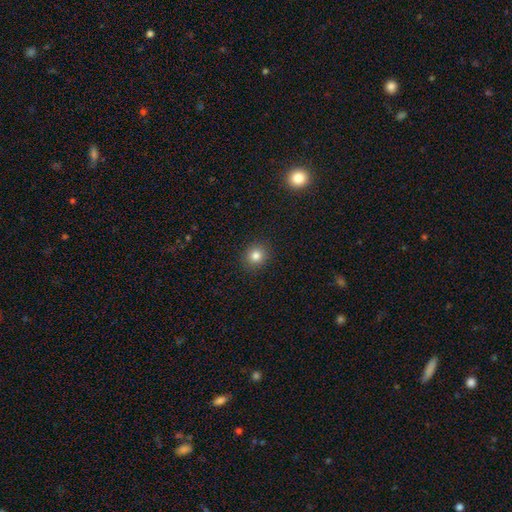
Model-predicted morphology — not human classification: smooth-or-featured: smooth: 82% | star or artifact: 12% | featured or disk: 6%
  how-rounded: round: 85% | in between: 14% | cigar-shaped: 1%
  merging: none: 91% | minor disturbance: 6% | major disturbance: 2% | merger: 1%